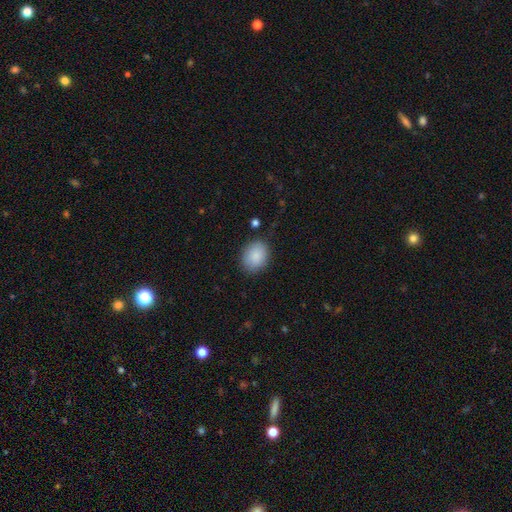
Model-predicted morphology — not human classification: smooth 88%, star or artifact 7%, featured or disk 5%. Down the decision tree: how rounded — in between (64%); merging — none (84%).